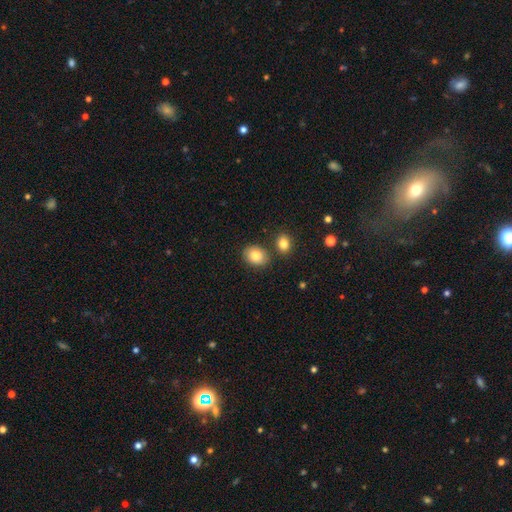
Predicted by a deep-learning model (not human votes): This appears to be a smooth galaxy with no disk features (84%) that is in between round and cigar-shaped (59%). Merging: none (77%).